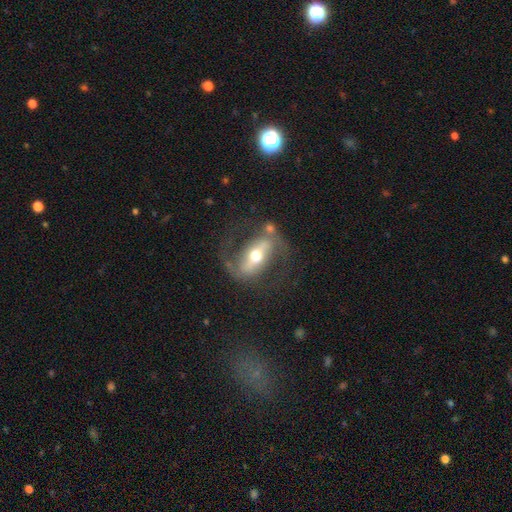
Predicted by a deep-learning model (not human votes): smooth_or_featured: featured or disk (p=0.81) [alt: smooth p=0.14]
disk_edge_on: no (p=0.89) [alt: yes p=0.11]
bar: strong (p=0.64) [alt: weak p=0.22]
has_spiral_arms: yes (p=0.78) [alt: no p=0.22]
spiral_winding: medium (p=0.47) [alt: loose p=0.36]
spiral_arm_count: 2 (p=0.87) [alt: can't tell p=0.06]
bulge_size: moderate (p=0.71) [alt: small p=0.17]
merging: none (p=0.67) [alt: minor disturbance p=0.15]